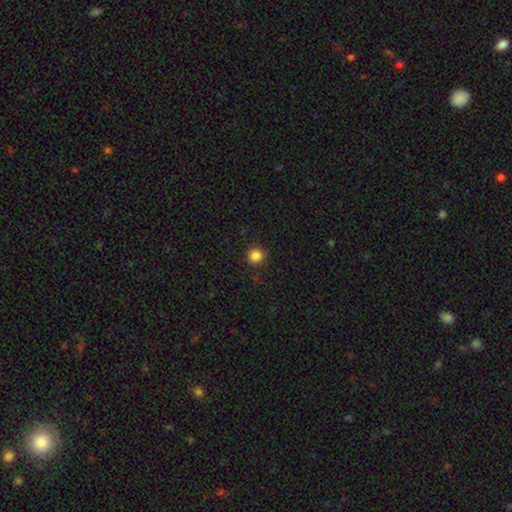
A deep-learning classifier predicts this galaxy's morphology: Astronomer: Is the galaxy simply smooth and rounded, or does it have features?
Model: smooth — 85%.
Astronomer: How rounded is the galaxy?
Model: round — 95%.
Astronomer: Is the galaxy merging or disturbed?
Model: none — 91%.